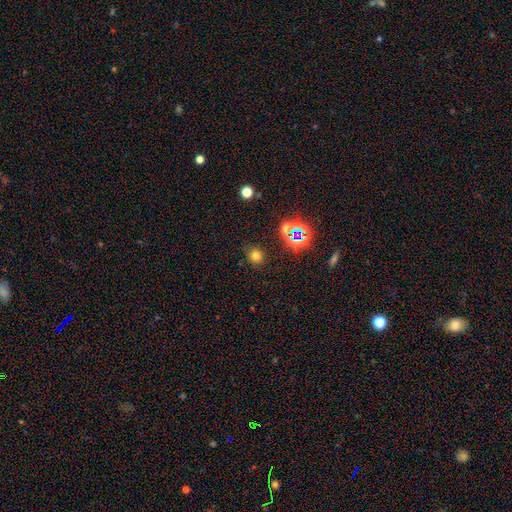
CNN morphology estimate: type=smooth (70%); roundness=round (84%); merging=none (85%).